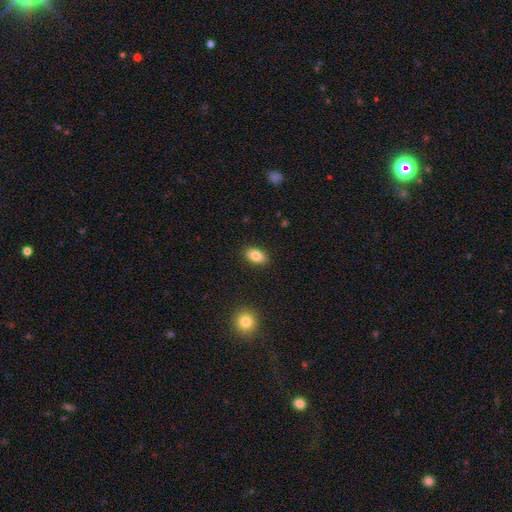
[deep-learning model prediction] Q: Smooth or featured?
A: smooth (85%); runner-up: star or artifact (8%)
Q: How rounded?
A: in between (90%); runner-up: cigar-shaped (5%)
Q: Merging?
A: none (89%); runner-up: minor disturbance (8%)